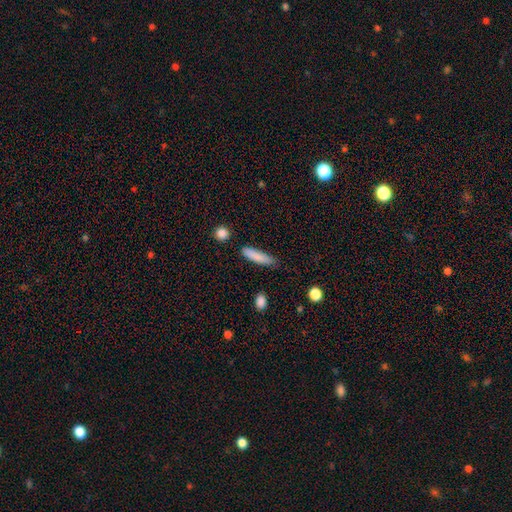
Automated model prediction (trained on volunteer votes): Smooth or featured? smooth (85%)
How rounded? cigar-shaped (79%)
Merging? none (78%)